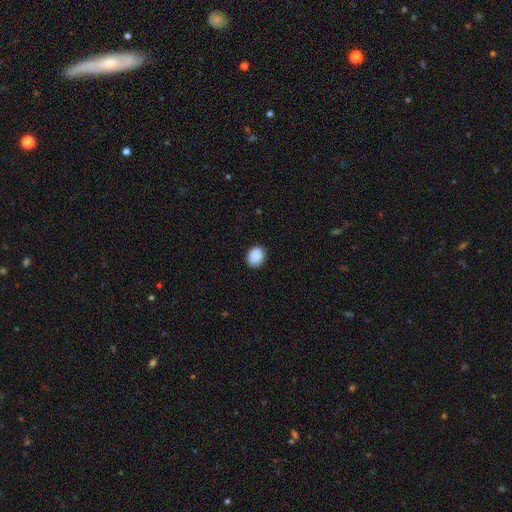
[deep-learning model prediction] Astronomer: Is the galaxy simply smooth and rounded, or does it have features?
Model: smooth — 89%.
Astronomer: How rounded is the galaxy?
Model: in between — 54% (runner-up: round, 46%).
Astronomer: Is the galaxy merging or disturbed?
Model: none — 86%.